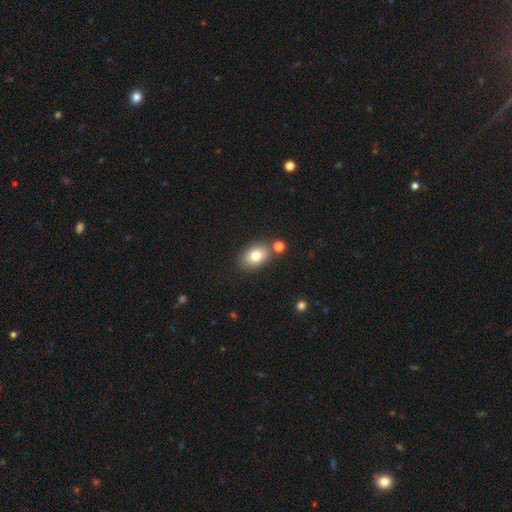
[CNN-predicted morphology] The model was most divided on "merging": none: 74%, merger: 12%, minor disturbance: 11%, major disturbance: 3%. More confident: how rounded — in between (81%); smooth or featured — smooth (78%).